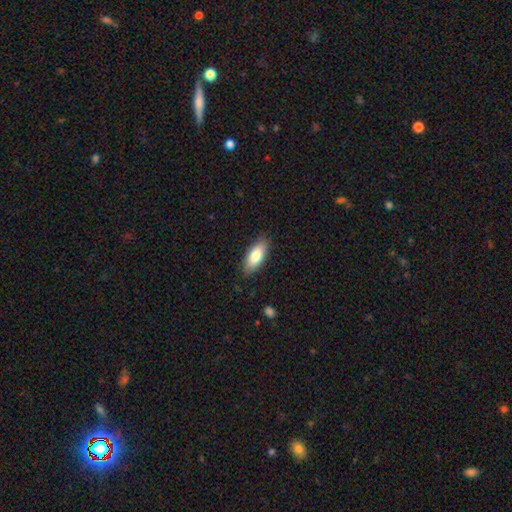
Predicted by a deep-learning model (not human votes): Smooth or featured?
  - smooth: 80% *
  - featured or disk: 14%
  - star or artifact: 6%
How rounded?
  - in between: 82% *
  - cigar-shaped: 16%
  - round: 2%
Merging?
  - none: 86% *
  - minor disturbance: 11%
  - major disturbance: 2%
  - merger: 1%